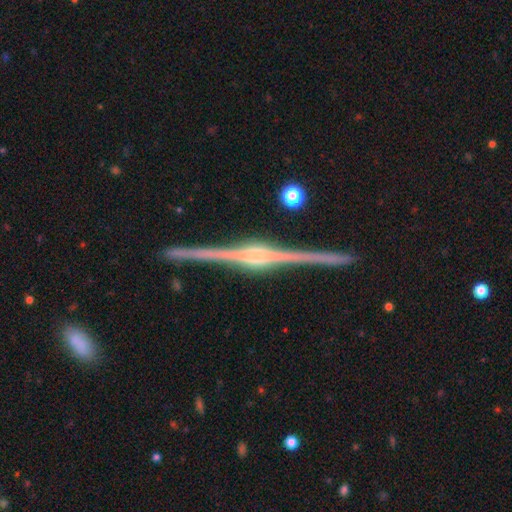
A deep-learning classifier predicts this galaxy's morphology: A featured or disk galaxy (93%) viewed edge-on (99%) with a rounded central bulge (77%). Merging: none (92%).